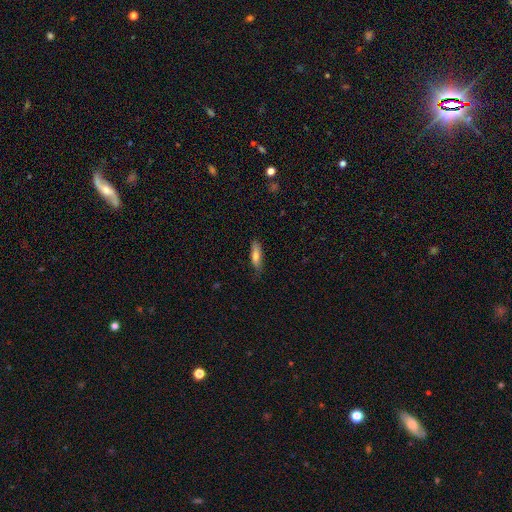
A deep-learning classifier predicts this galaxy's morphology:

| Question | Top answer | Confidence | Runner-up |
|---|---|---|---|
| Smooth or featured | smooth | 72% | featured or disk (22%) |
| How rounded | cigar-shaped | 62% | in between (36%) |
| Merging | none | 78% | minor disturbance (18%) |